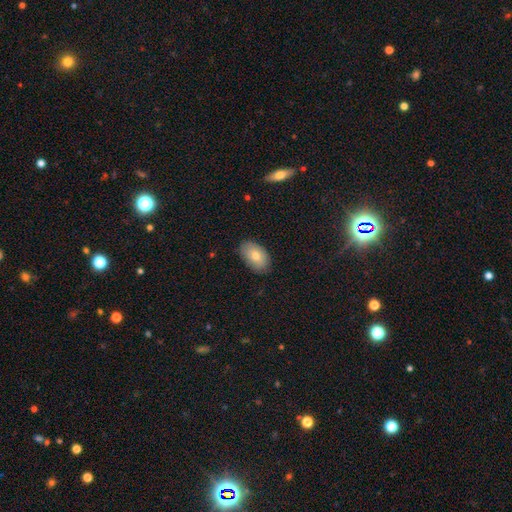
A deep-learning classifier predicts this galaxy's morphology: A smooth galaxy with no disk features (76%) that is in between round and cigar-shaped (92%).

Vote fractions:
- Smooth or featured? smooth: 76% / featured or disk: 16% / star or artifact: 8%
- How rounded? in between: 92% / round: 7% / cigar-shaped: 1%
- Merging? none: 84% / minor disturbance: 13% / major disturbance: 2% / merger: 1%